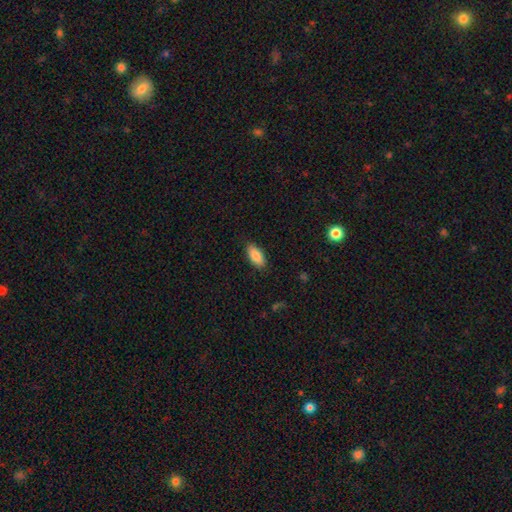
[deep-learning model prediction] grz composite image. It shows a smooth galaxy with no disk features (87%) that is in between round and cigar-shaped (88%). Merging: none (87%).